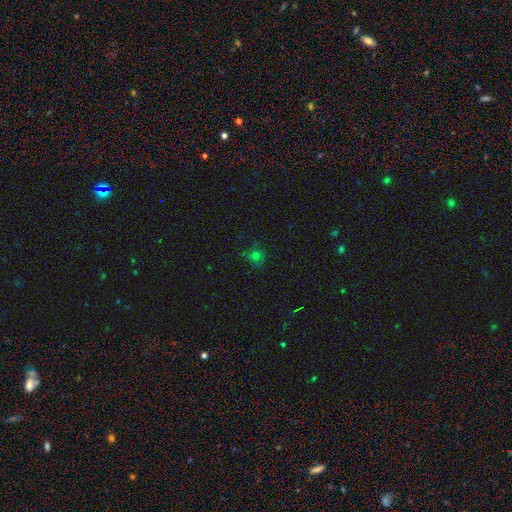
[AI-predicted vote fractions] This appears to be a smooth galaxy with no disk features (58%) that is round (83%). Merging: none (69%).